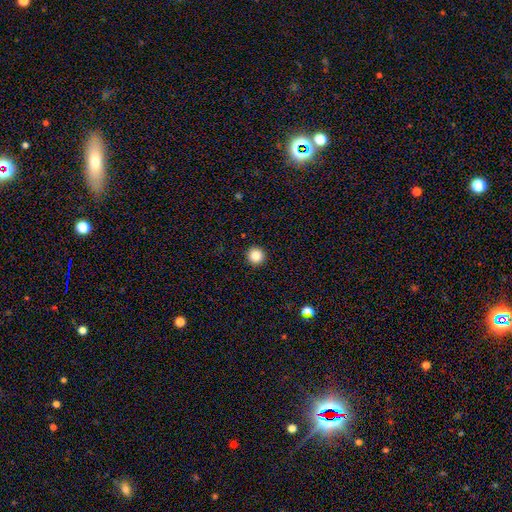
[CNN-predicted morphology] Smooth or featured? Predicted: smooth (p=0.86). How rounded? Predicted: round (p=0.96). Merging? Predicted: none (p=0.94).